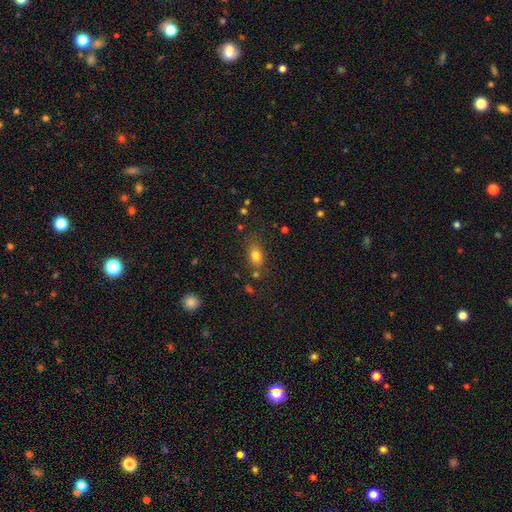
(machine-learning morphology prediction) type=smooth (79%); roundness=in between (76%); merging=none (72%).